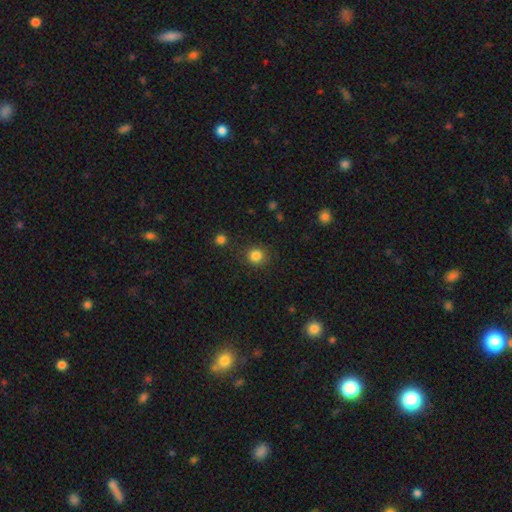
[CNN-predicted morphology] Q: Smooth or featured?
A: smooth (83%); runner-up: star or artifact (12%)
Q: How rounded?
A: round (88%); runner-up: in between (11%)
Q: Merging?
A: none (86%); runner-up: minor disturbance (9%)